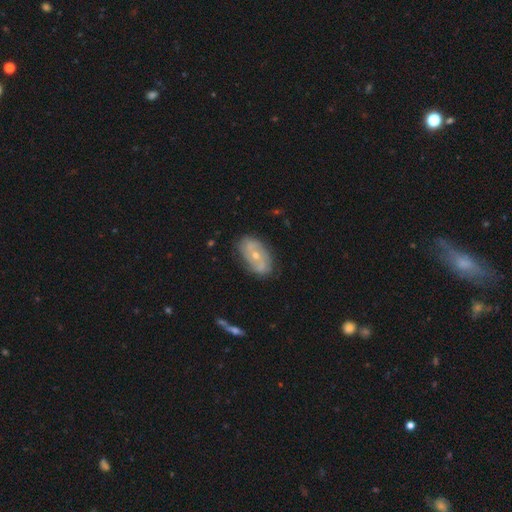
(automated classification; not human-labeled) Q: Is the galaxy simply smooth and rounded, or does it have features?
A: featured or disk — 70%.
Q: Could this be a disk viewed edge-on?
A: no — 93%.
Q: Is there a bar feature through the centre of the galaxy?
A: no — 65%.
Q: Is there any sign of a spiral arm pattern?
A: yes — 78%.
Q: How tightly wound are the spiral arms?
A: tight — 41%.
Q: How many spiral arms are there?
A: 2 — 63%.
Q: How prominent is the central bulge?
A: small — 53%.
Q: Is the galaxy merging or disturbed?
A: none — 76%.